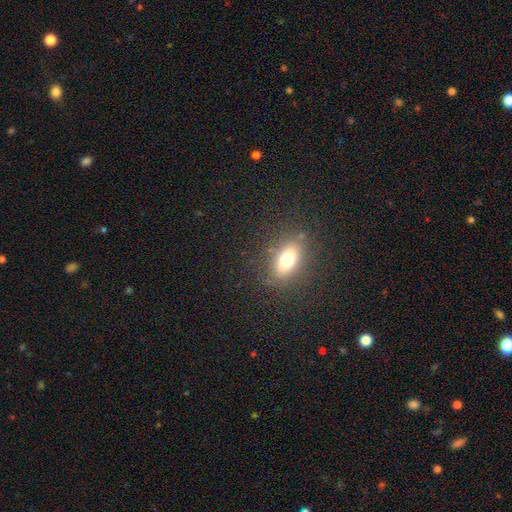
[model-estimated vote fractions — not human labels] The model was most divided on "smooth or featured": smooth: 55%, featured or disk: 24%, star or artifact: 20%. More confident: merging — none (89%); how rounded — in between (67%).